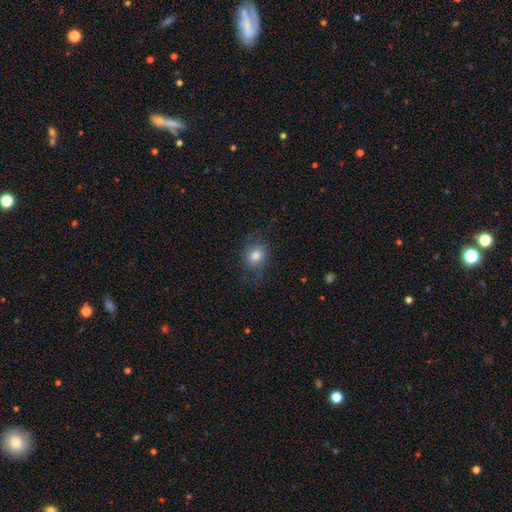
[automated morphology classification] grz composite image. It shows a smooth galaxy with no disk features (76%) that is round (60%). Merging: none (69%).